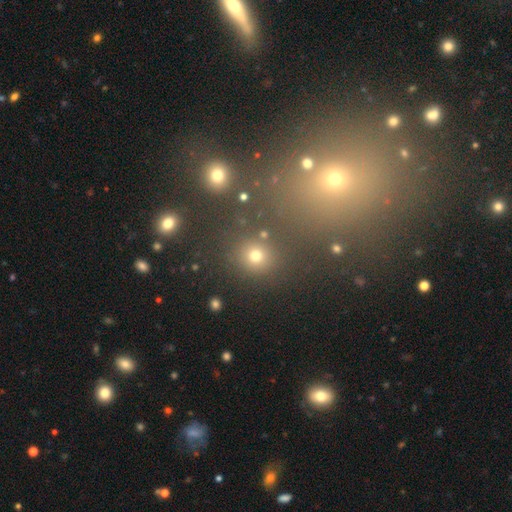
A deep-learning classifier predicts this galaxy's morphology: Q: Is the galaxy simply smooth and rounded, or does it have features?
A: smooth — 69%.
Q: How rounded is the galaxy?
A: round — 87%.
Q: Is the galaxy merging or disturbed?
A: none — 81%.